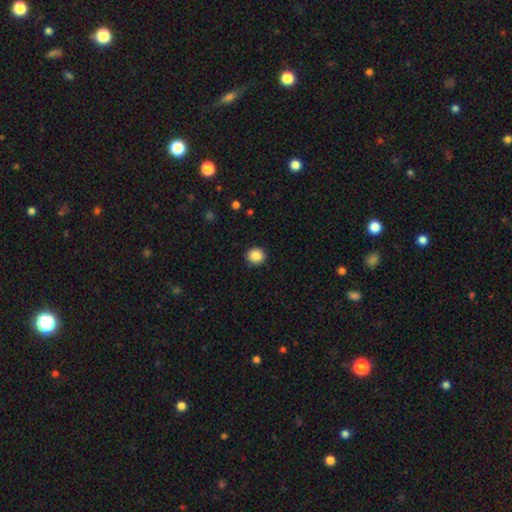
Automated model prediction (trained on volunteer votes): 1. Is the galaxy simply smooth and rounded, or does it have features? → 88% smooth, 9% star or artifact, 3% featured or disk.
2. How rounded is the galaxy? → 89% round, 10% in between, 1% cigar-shaped.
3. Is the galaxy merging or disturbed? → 91% none, 6% minor disturbance, 2% major disturbance, 1% merger.